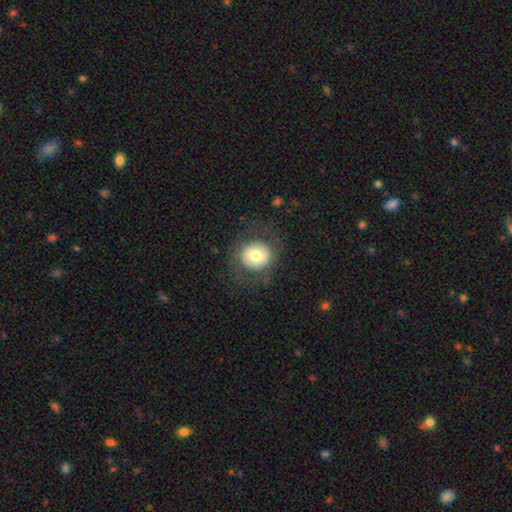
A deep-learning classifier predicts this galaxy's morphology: Smooth or featured? Predicted: smooth (p=0.67). How rounded? Predicted: round (p=0.85). Merging? Predicted: none (p=0.79).